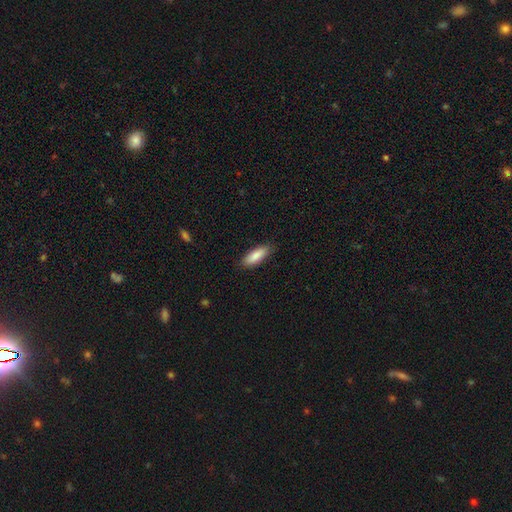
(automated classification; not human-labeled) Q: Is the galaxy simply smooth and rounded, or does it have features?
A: smooth — 87%.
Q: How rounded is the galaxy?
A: in between — 60%.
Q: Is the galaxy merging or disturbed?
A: none — 86%.